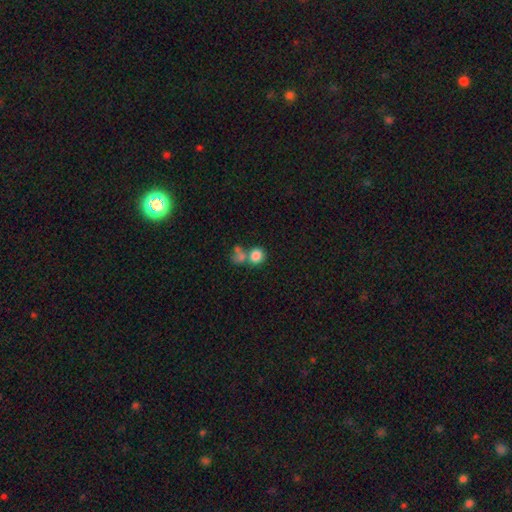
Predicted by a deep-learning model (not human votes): Smooth or featured? Predicted: smooth (p=0.82). How rounded? Predicted: round (p=0.74). Merging? Predicted: none (p=0.44).